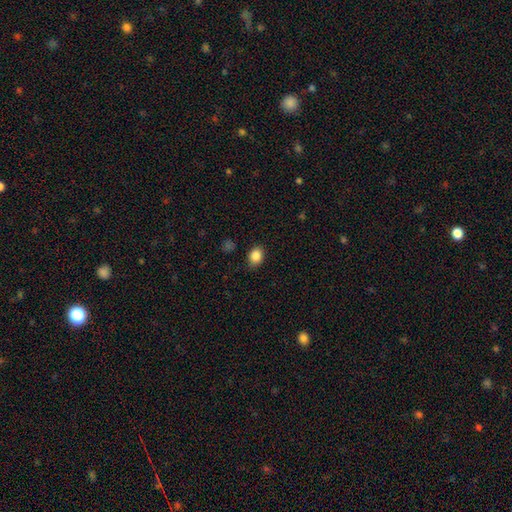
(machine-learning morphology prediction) smooth_or_featured: smooth (p=0.86) [alt: star or artifact p=0.10]
how_rounded: in between (p=0.57) [alt: round p=0.42]
merging: none (p=0.84) [alt: minor disturbance p=0.12]